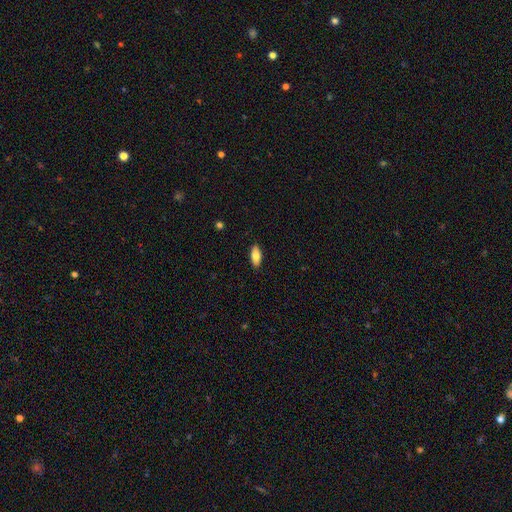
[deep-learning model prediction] Q: Smooth or featured?
A: smooth (79%); runner-up: featured or disk (14%)
Q: How rounded?
A: in between (83%); runner-up: cigar-shaped (14%)
Q: Merging?
A: none (89%); runner-up: minor disturbance (8%)